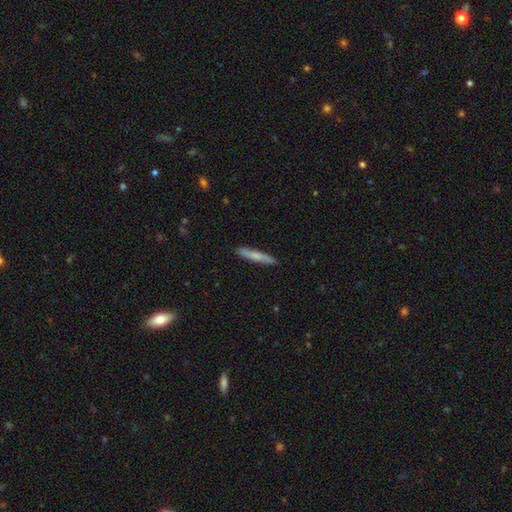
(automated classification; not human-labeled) A smooth galaxy with no disk features (70%) that is cigar-shaped (93%). Merging: none (90%).